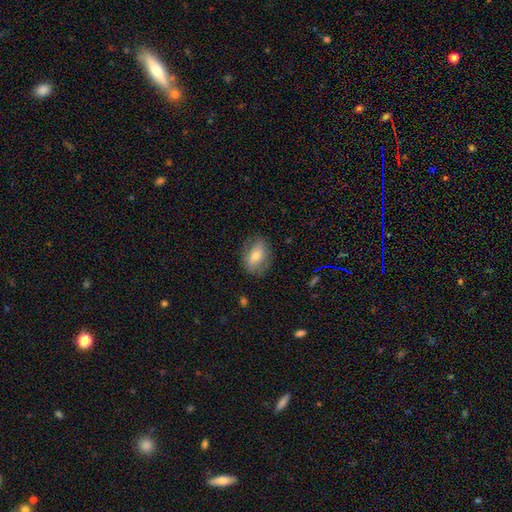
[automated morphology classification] A smooth galaxy with no disk features (64%) that is in between round and cigar-shaped (74%).

Vote fractions:
- Smooth or featured? smooth: 64% / featured or disk: 28% / star or artifact: 8%
- How rounded? in between: 74% / round: 23% / cigar-shaped: 3%
- Merging? none: 77% / minor disturbance: 17% / major disturbance: 5% / merger: 1%